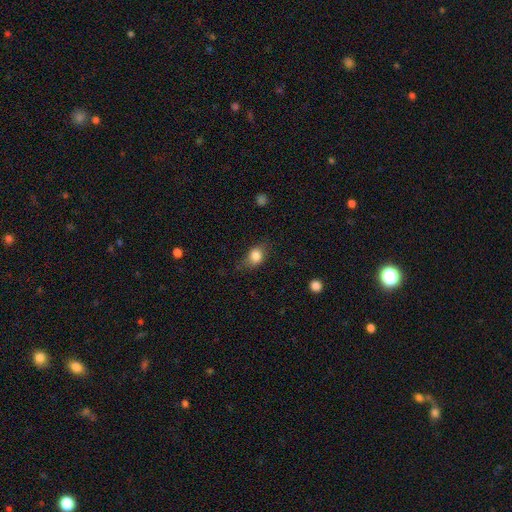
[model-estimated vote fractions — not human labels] The model was most divided on "how rounded": in between: 65%, round: 32%, cigar-shaped: 3%. More confident: smooth or featured — smooth (82%); merging — none (66%).